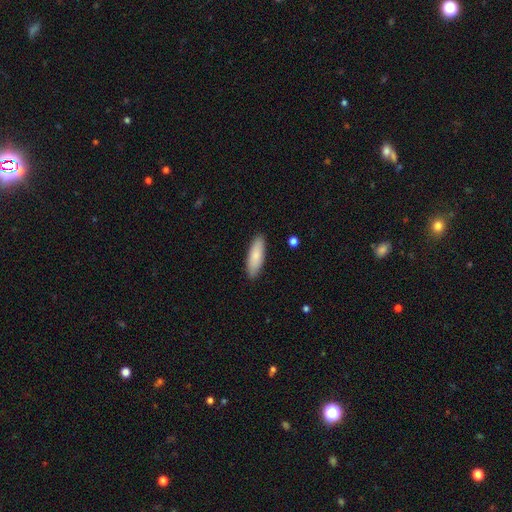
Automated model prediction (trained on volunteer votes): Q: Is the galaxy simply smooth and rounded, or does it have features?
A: smooth — 83%.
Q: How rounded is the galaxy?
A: in between — 58%.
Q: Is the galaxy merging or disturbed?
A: none — 88%.